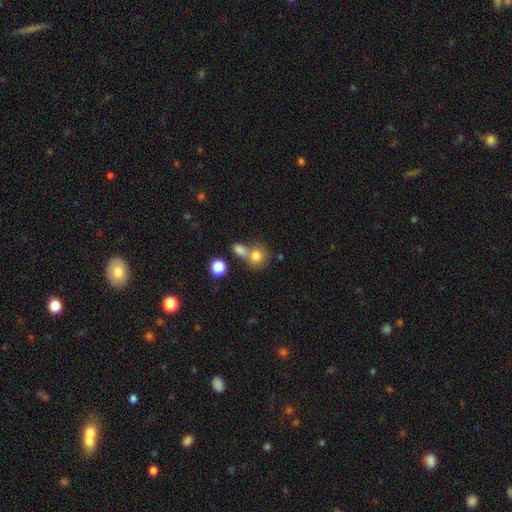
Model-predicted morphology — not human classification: This appears to be a smooth galaxy with no disk features (79%) that is round (74%). Merging: none (44%).